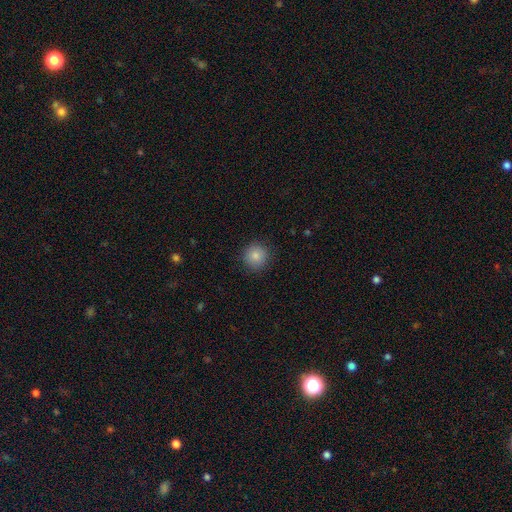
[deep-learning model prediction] This is clearly a smooth galaxy (85%). How rounded: clearly round (93%). Merging: clearly none (90%).